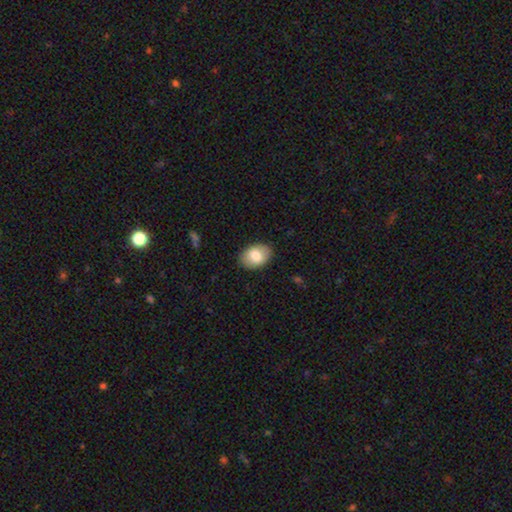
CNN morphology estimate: Smooth or featured? Predicted: smooth (p=0.78). How rounded? Predicted: in between (p=0.84). Merging? Predicted: none (p=0.86).